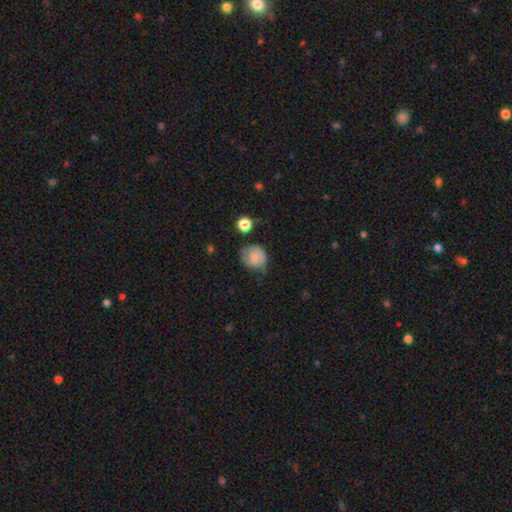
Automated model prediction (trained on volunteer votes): Q: Smooth or featured?
A: smooth (62%); runner-up: featured or disk (29%)
Q: How rounded?
A: round (75%); runner-up: in between (24%)
Q: Merging?
A: none (55%); runner-up: minor disturbance (32%)